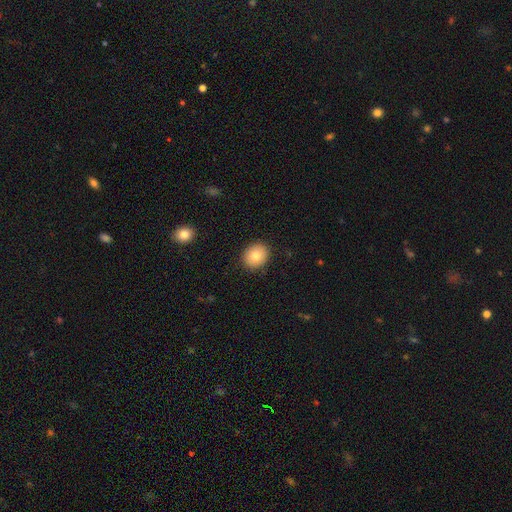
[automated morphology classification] The model was most divided on "how rounded": round: 67%, in between: 32%, cigar-shaped: 1%. More confident: merging — none (89%); smooth or featured — smooth (80%).